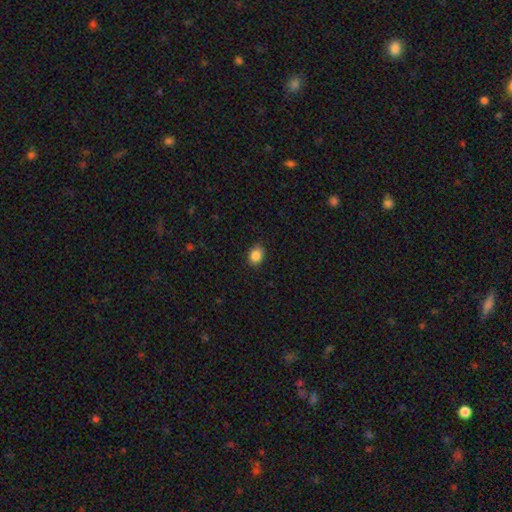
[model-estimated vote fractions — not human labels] This appears to be a smooth galaxy with no disk features (87%) that is in between round and cigar-shaped (57%). Merging: none (87%).